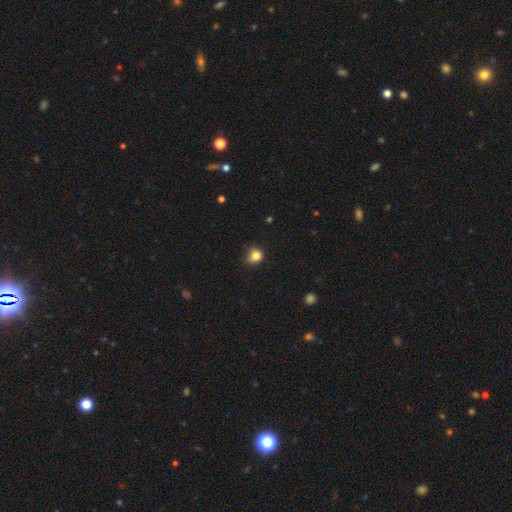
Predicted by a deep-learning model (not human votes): Smooth or featured: smooth — 82% (star or artifact — 12%)
How rounded: round — 76% (in between — 23%)
Merging: none — 63% (minor disturbance — 29%)